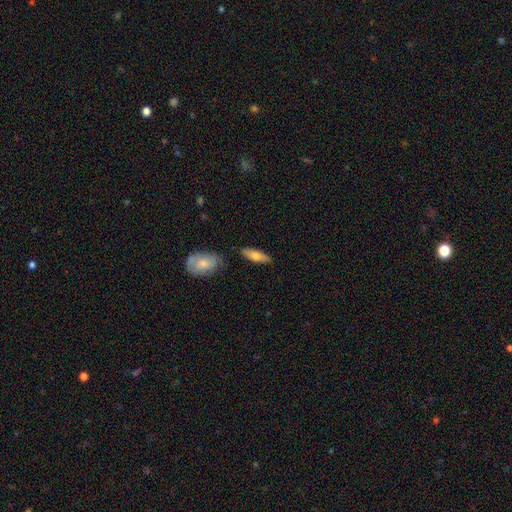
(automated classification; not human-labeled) Q: Smooth or featured?
A: smooth (71%); runner-up: featured or disk (24%)
Q: How rounded?
A: in between (55%); runner-up: cigar-shaped (43%)
Q: Merging?
A: none (80%); runner-up: minor disturbance (12%)